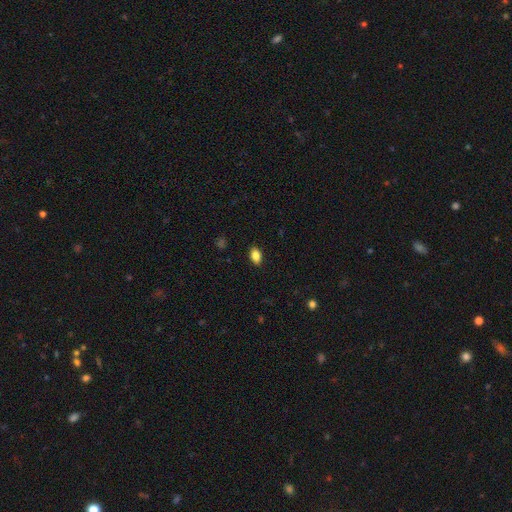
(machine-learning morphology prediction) The model was most divided on "smooth or featured": smooth: 83%, star or artifact: 8%, featured or disk: 8%. More confident: merging — none (88%); how rounded — in between (88%).